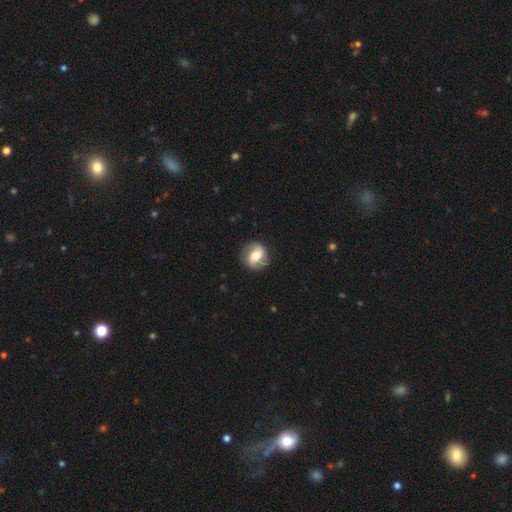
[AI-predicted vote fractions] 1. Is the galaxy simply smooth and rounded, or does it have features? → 63% featured or disk, 31% smooth, 7% star or artifact.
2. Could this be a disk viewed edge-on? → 97% no, 3% yes.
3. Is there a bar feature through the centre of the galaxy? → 40% weak, 32% strong, 28% no.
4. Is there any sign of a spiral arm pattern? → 86% yes, 14% no.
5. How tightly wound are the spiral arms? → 41% medium, 34% loose, 25% tight.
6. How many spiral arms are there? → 89% 2, 5% can't tell, 3% 1, 1% 3, 1% 4, 1% more than 4.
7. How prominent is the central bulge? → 59% moderate, 18% small, 18% large, 2% dominant, 2% none.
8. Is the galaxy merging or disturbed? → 84% none, 11% minor disturbance, 4% major disturbance, 1% merger.